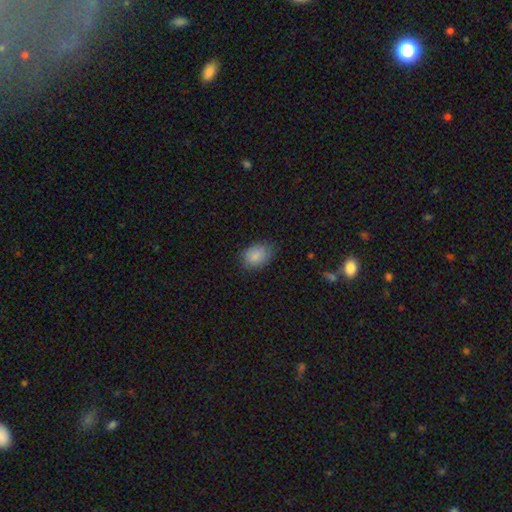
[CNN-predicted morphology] Overall: smooth (88%). How rounded: in between (78%). Merging: none (78%).